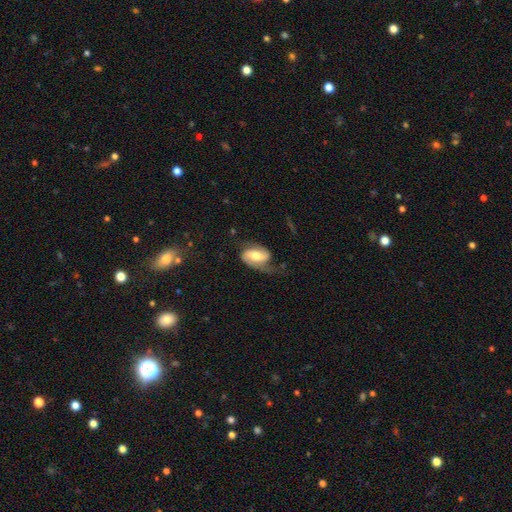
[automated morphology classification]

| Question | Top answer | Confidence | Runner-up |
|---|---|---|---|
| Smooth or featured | featured or disk | 66% | smooth (27%) |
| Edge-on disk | no | 96% | yes (4%) |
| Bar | weak | 39% | no (38%) |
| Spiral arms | yes | 90% | no (10%) |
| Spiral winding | loose | 43% | medium (38%) |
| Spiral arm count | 2 | 74% | 1 (17%) |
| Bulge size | moderate | 65% | small (22%) |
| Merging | none | 46% | minor disturbance (28%) |